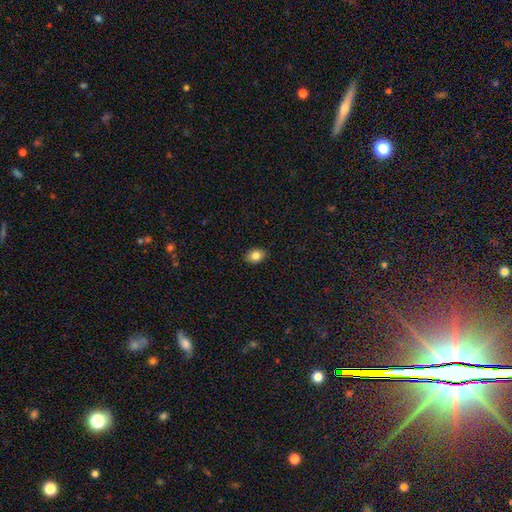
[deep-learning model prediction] Q: Smooth or featured?
A: smooth (83%); runner-up: star or artifact (9%)
Q: How rounded?
A: in between (67%); runner-up: round (32%)
Q: Merging?
A: none (88%); runner-up: minor disturbance (9%)